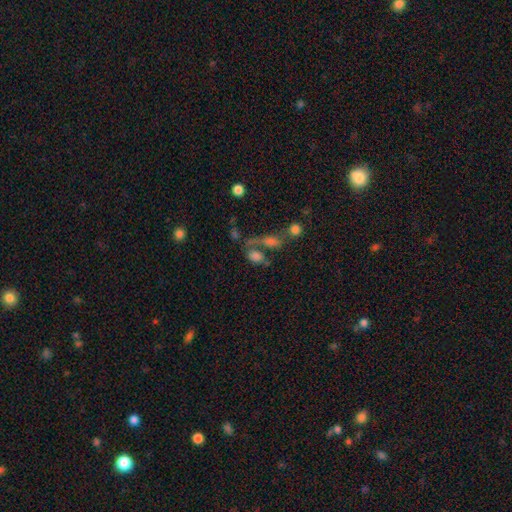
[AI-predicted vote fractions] Morphology: type=smooth (69%); roundness=in between (76%); merging=merger (41%).